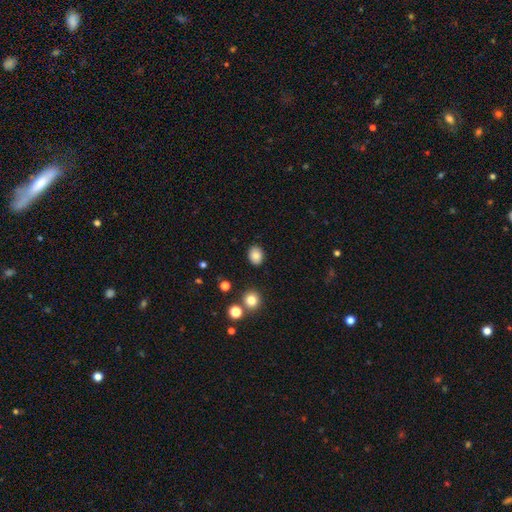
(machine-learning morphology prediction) smooth 84%, star or artifact 10%, featured or disk 6%. Down the decision tree: how rounded — in between (59%); merging — none (87%).